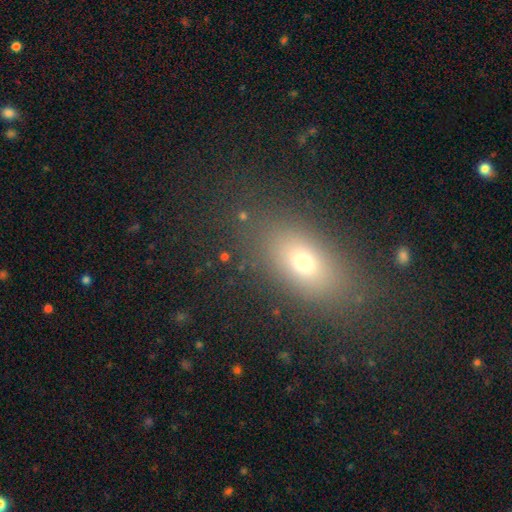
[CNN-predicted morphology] A smooth galaxy with no disk features (66%) that is in between round and cigar-shaped (75%).

Vote fractions:
- Smooth or featured? smooth: 66% / star or artifact: 17% / featured or disk: 16%
- How rounded? in between: 75% / round: 14% / cigar-shaped: 11%
- Merging? none: 83% / minor disturbance: 10% / major disturbance: 5% / merger: 2%